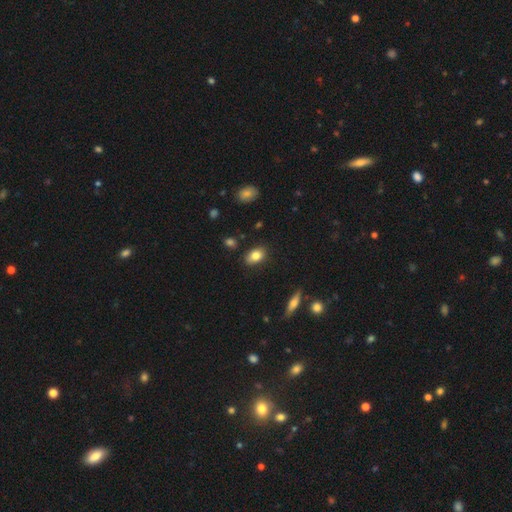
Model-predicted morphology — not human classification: Smooth or featured? Predicted: smooth (p=0.82). How rounded? Predicted: in between (p=0.85). Merging? Predicted: none (p=0.85).